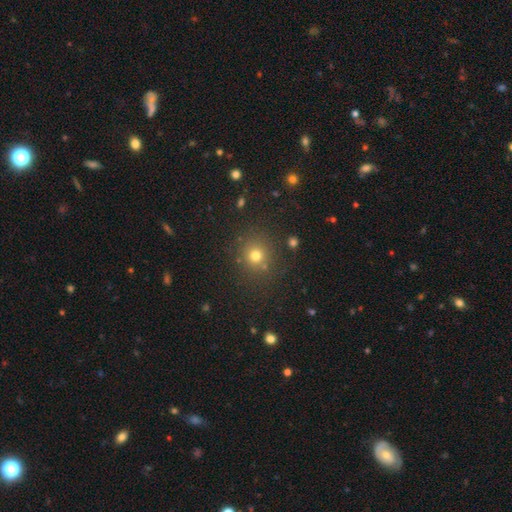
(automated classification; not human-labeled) This is likely a smooth galaxy (75%). How rounded: clearly round (91%). Merging: clearly none (83%).